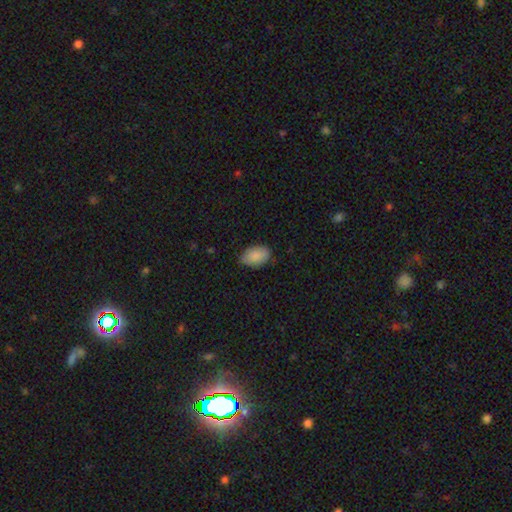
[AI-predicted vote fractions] Smooth or featured? Predicted: smooth (p=0.88). How rounded? Predicted: in between (p=0.92). Merging? Predicted: none (p=0.81).